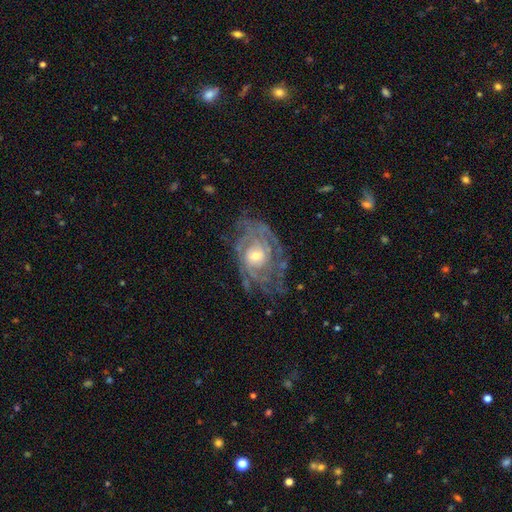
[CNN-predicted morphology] This appears to be a featured or disk galaxy (76%) with no bar (76%), tight (63%) spiral arms (82%) and a moderate central bulge (62%). Merging: none (69%).